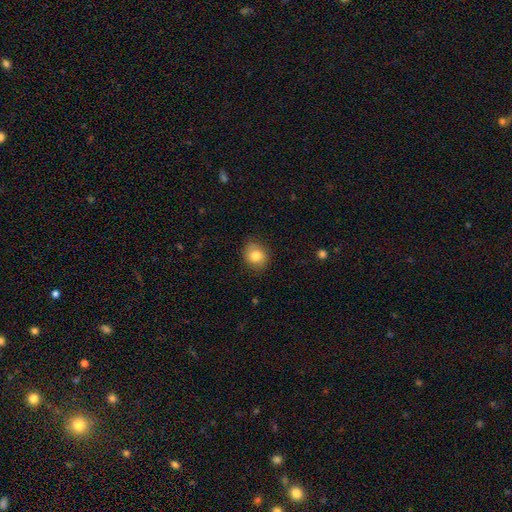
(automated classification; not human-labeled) A smooth galaxy with no disk features (82%) that is round (67%). Merging: none (82%).